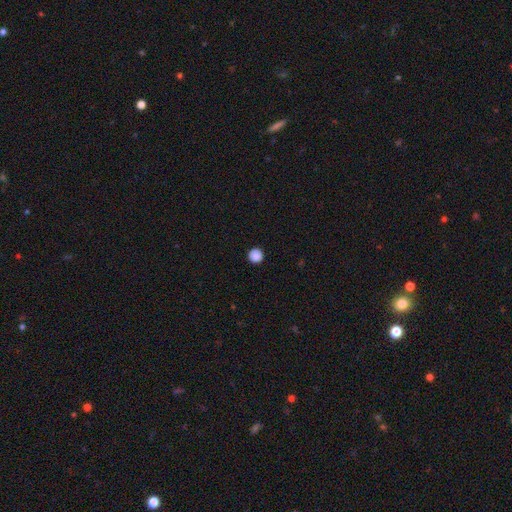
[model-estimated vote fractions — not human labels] The model was most divided on "smooth or featured": smooth: 88%, star or artifact: 9%, featured or disk: 2%. More confident: how rounded — round (96%); merging — none (93%).